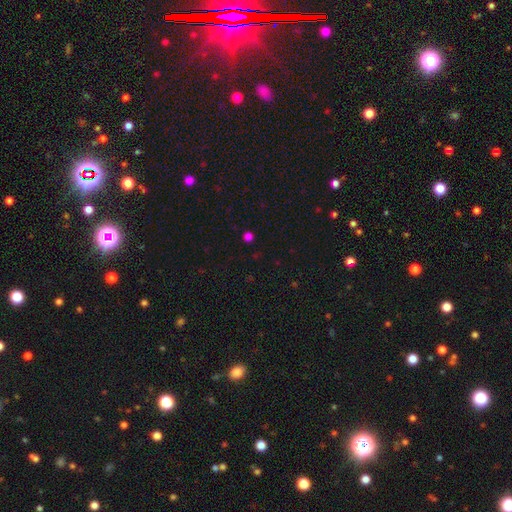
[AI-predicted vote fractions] smooth-or-featured: smooth: 56% | star or artifact: 40% | featured or disk: 4%
  how-rounded: round: 89% | in between: 10% | cigar-shaped: 1%
  merging: none: 87% | minor disturbance: 7% | major disturbance: 3% | merger: 3%